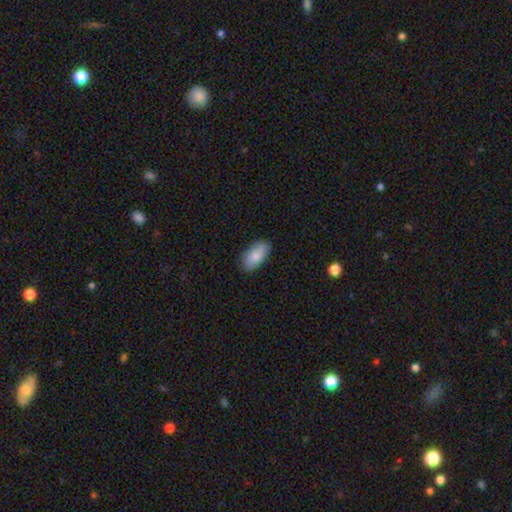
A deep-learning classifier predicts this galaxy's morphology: A smooth galaxy with no disk features (84%) that is in between round and cigar-shaped (93%).

Vote fractions:
- Smooth or featured? smooth: 84% / featured or disk: 10% / star or artifact: 6%
- How rounded? in between: 93% / cigar-shaped: 4% / round: 2%
- Merging? none: 85% / minor disturbance: 12% / major disturbance: 2% / merger: 1%